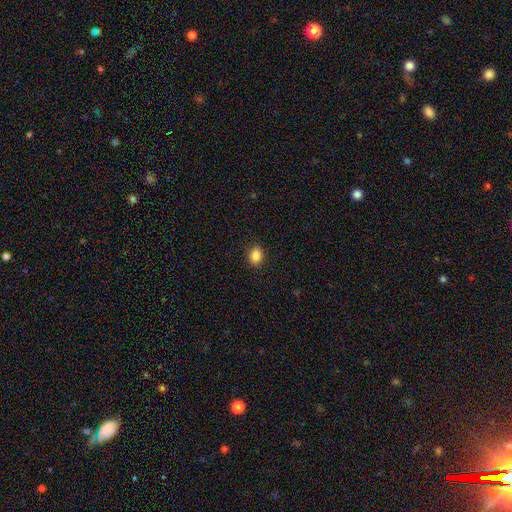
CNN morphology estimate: smooth_or_featured: smooth (p=0.87) [alt: star or artifact p=0.09]
how_rounded: in between (p=0.66) [alt: round p=0.33]
merging: none (p=0.89) [alt: minor disturbance p=0.08]